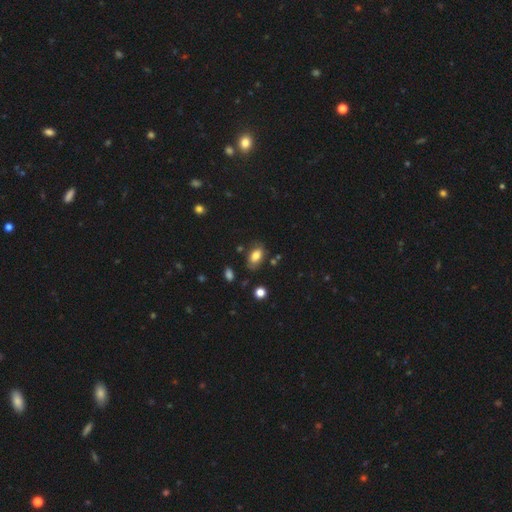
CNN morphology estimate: A smooth galaxy with no disk features (76%) that is in between round and cigar-shaped (90%).

Vote fractions:
- Smooth or featured? smooth: 76% / featured or disk: 15% / star or artifact: 9%
- How rounded? in between: 90% / round: 6% / cigar-shaped: 3%
- Merging? none: 71% / minor disturbance: 20% / major disturbance: 6% / merger: 3%